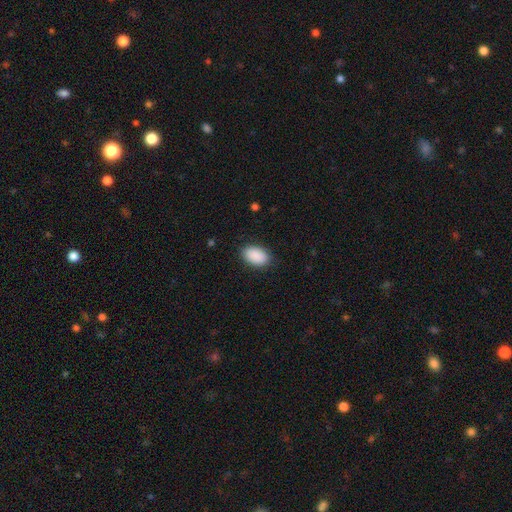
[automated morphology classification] smooth-or-featured: smooth: 91% | star or artifact: 6% | featured or disk: 2%
  how-rounded: in between: 93% | round: 6% | cigar-shaped: 1%
  merging: none: 88% | minor disturbance: 9% | major disturbance: 2% | merger: 1%